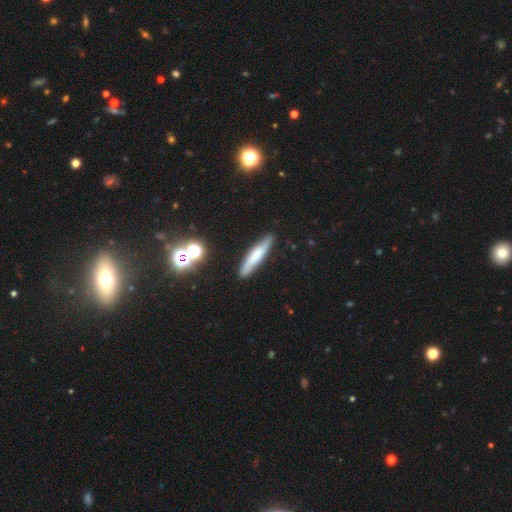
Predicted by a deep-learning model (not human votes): Smooth or featured? smooth (57%)
How rounded? cigar-shaped (87%)
Merging? none (86%)